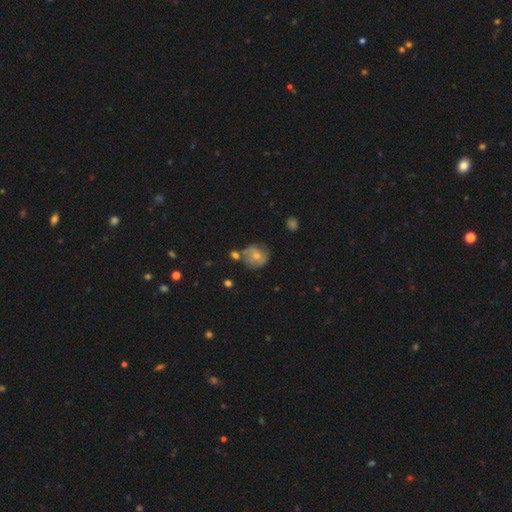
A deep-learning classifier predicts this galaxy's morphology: smooth-or-featured: smooth: 54% | featured or disk: 37% | star or artifact: 9%
  how-rounded: round: 80% | in between: 19% | cigar-shaped: 1%
  merging: none: 52% | minor disturbance: 25% | merger: 14% | major disturbance: 9%